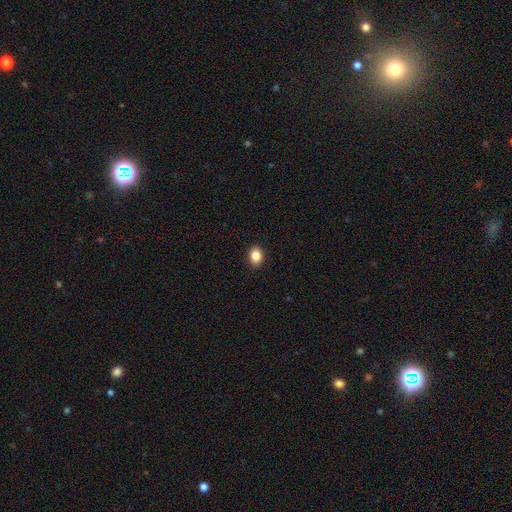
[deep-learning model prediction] Smooth or featured? smooth (87%)
How rounded? in between (76%)
Merging? none (90%)